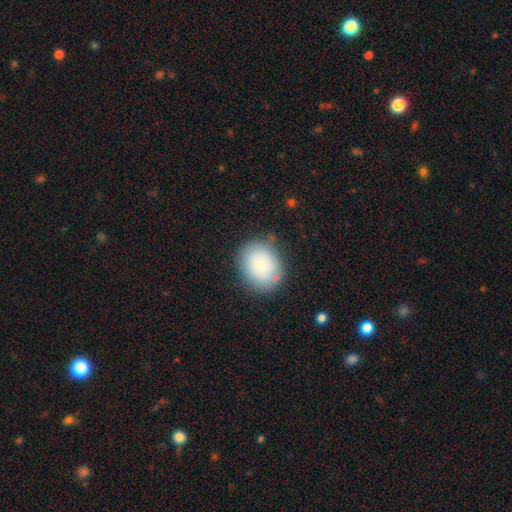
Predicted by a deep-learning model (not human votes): Smooth or featured: smooth — 75% (featured or disk — 17%)
How rounded: round — 61% (in between — 38%)
Merging: none — 71% (minor disturbance — 20%)